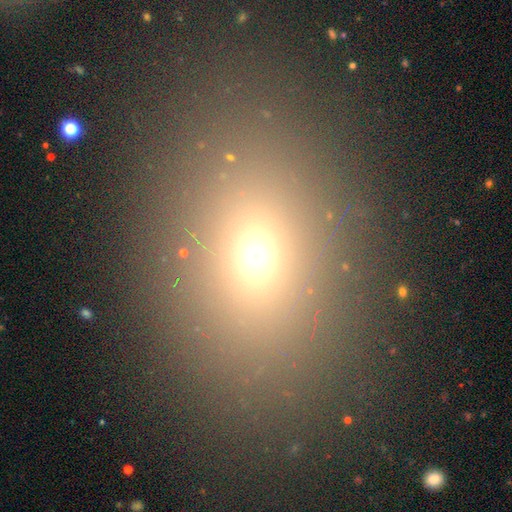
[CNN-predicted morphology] Smooth or featured: smooth — 67% (star or artifact — 23%)
How rounded: in between — 60% (round — 38%)
Merging: none — 81% (minor disturbance — 10%)